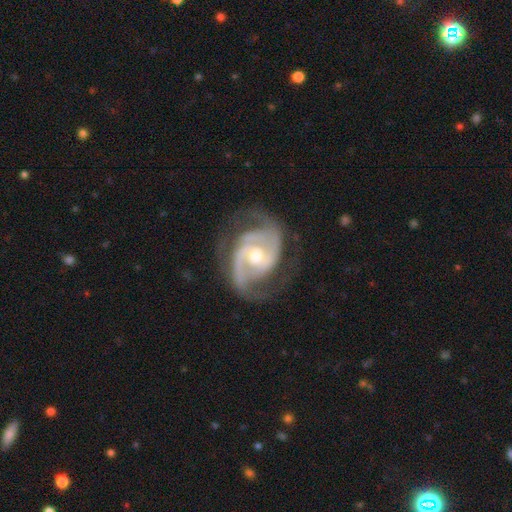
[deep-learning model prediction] Morphology: type=featured or disk (93%); edge-on=no (98%); bar=no (50%); spiral arms=yes (98%); winding=medium (50%); arm count=2 (62%); bulge=moderate (70%); merging=none (68%).